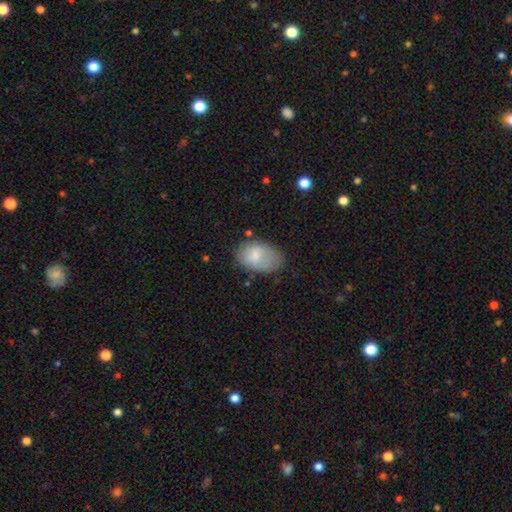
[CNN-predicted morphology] smooth_or_featured: smooth (p=0.73) [alt: featured or disk p=0.20]
how_rounded: in between (p=0.89) [alt: round p=0.10]
merging: none (p=0.56) [alt: minor disturbance p=0.30]